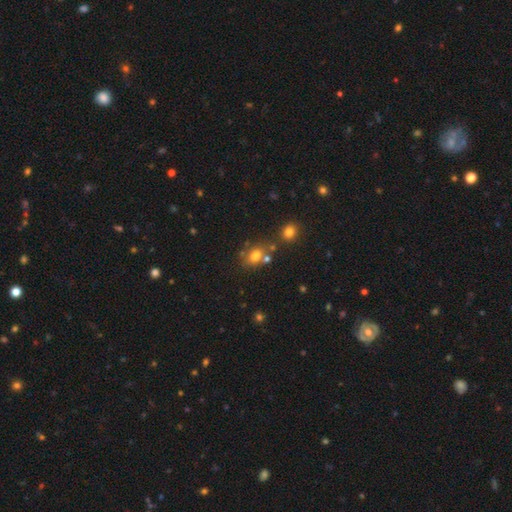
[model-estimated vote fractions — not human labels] Q: Smooth or featured?
A: smooth (74%); runner-up: star or artifact (15%)
Q: How rounded?
A: in between (66%); runner-up: round (32%)
Q: Merging?
A: none (57%); runner-up: merger (24%)